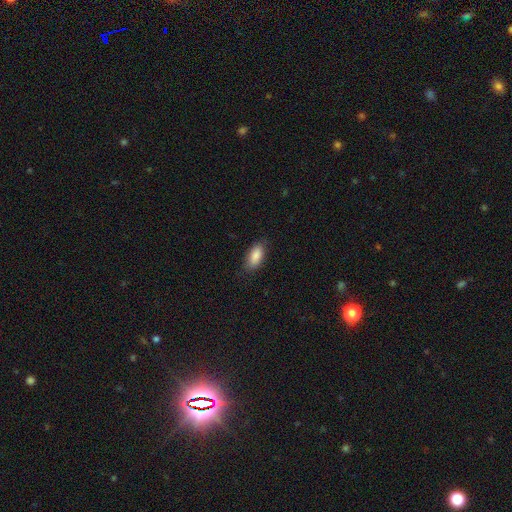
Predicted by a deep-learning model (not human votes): Smooth or featured? Predicted: smooth (p=0.88). How rounded? Predicted: in between (p=0.90). Merging? Predicted: none (p=0.80).